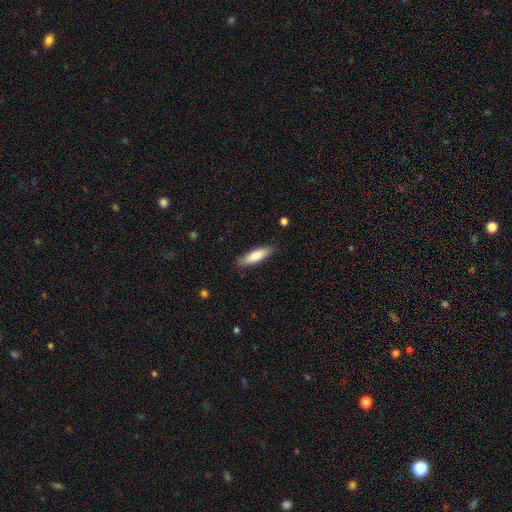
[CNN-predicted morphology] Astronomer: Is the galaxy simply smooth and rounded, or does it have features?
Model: smooth — 81%.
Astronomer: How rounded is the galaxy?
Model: cigar-shaped — 56% (runner-up: in between, 43%).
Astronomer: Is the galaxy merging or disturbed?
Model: none — 86%.